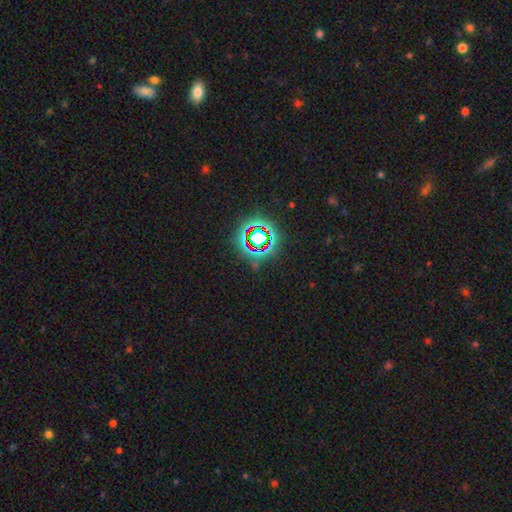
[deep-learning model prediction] This appears to be a star or artifact, not a galaxy (76%).